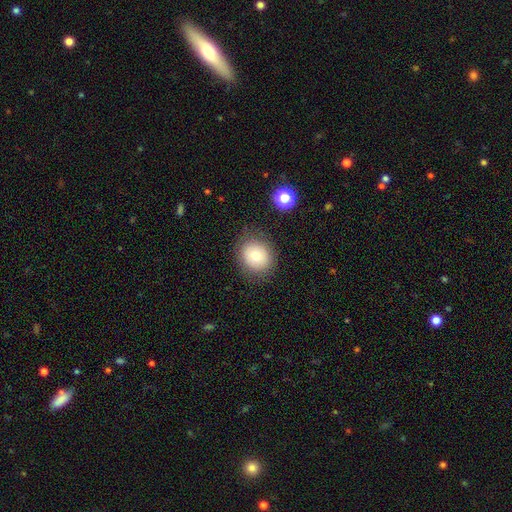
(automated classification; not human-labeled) Smooth or featured? Predicted: smooth (p=0.74). How rounded? Predicted: round (p=0.76). Merging? Predicted: none (p=0.83).